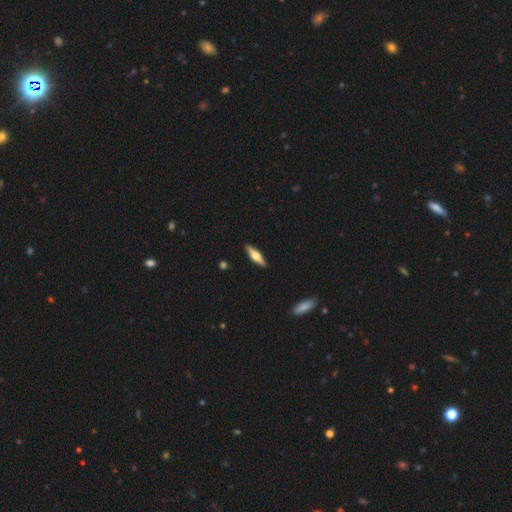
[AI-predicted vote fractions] Overall: featured or disk (51%; smooth 44%). Edge-on disk: yes (94%). Merging: none (90%).